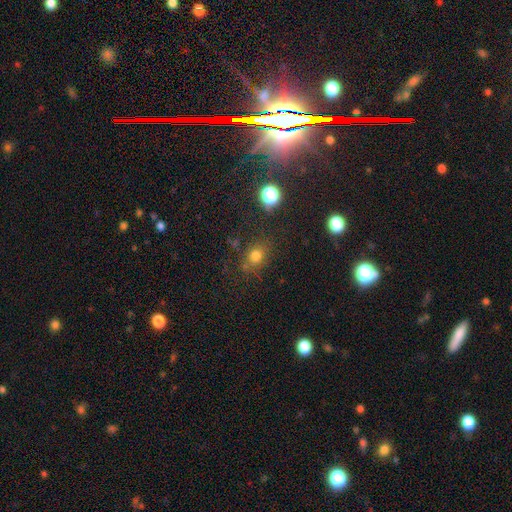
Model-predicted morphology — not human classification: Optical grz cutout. It shows a smooth galaxy with no disk features (72%) that is round (61%). Merging: none (75%).